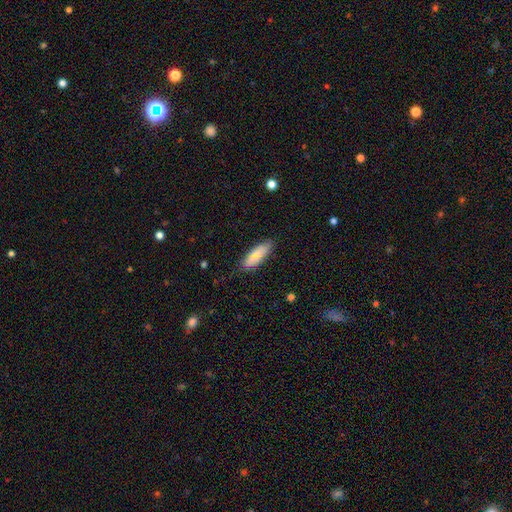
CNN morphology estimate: smooth-or-featured: smooth: 80% | featured or disk: 13% | star or artifact: 7%
  how-rounded: in between: 56% | cigar-shaped: 42% | round: 2%
  merging: none: 79% | minor disturbance: 16% | major disturbance: 3% | merger: 2%